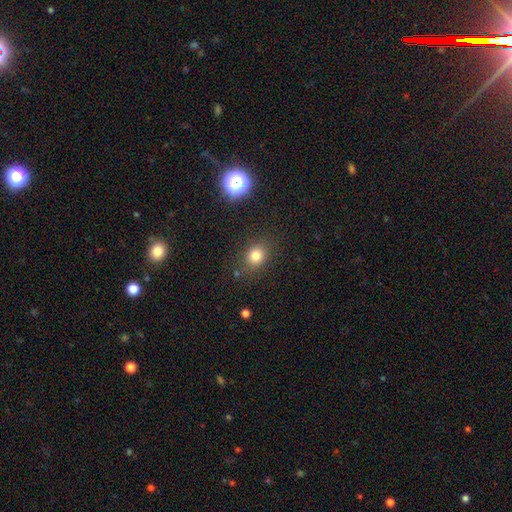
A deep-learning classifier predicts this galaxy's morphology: smooth 78%, star or artifact 15%, featured or disk 7%. Down the decision tree: how rounded — round (62%); merging — none (81%).